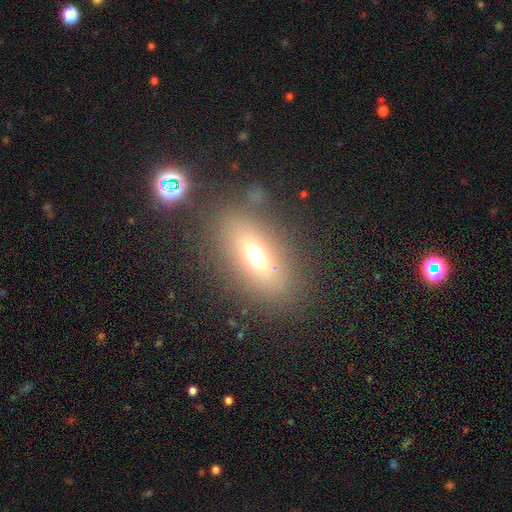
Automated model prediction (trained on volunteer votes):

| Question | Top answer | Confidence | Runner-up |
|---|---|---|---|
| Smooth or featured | smooth | 62% | featured or disk (22%) |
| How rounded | in between | 72% | cigar-shaped (15%) |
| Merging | none | 78% | minor disturbance (11%) |